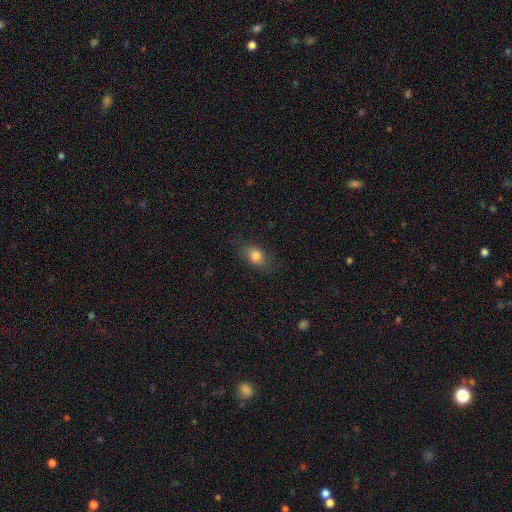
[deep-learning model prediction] Smooth or featured? Predicted: smooth (p=0.80). How rounded? Predicted: in between (p=0.74). Merging? Predicted: none (p=0.77).